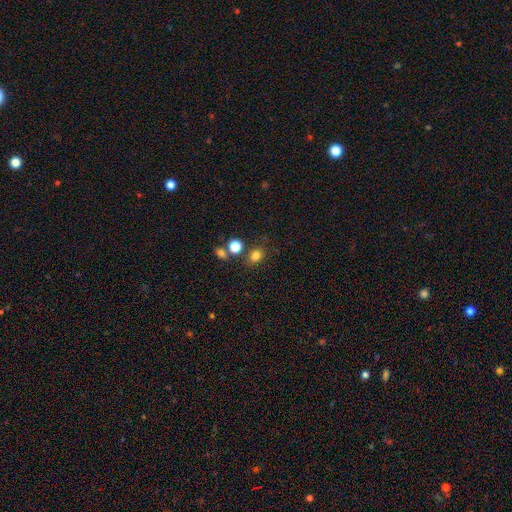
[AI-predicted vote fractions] Smooth or featured? Predicted: smooth (p=0.80). How rounded? Predicted: round (p=0.60). Merging? Predicted: none (p=0.73).